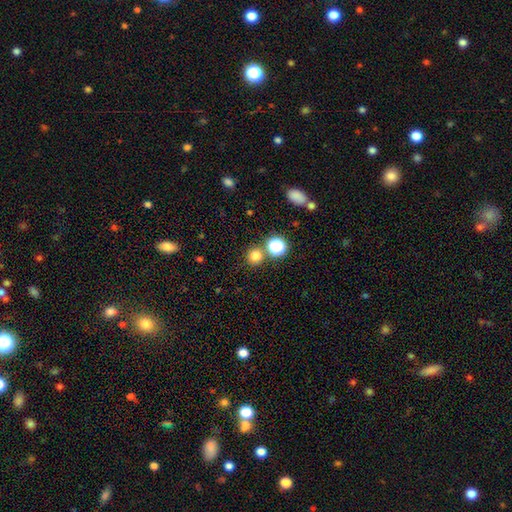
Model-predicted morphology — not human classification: A smooth galaxy with no disk features (76%) that is round (92%).

Vote fractions:
- Smooth or featured? smooth: 76% / star or artifact: 18% / featured or disk: 6%
- How rounded? round: 92% / in between: 7% / cigar-shaped: 1%
- Merging? none: 78% / merger: 13% / minor disturbance: 7% / major disturbance: 3%